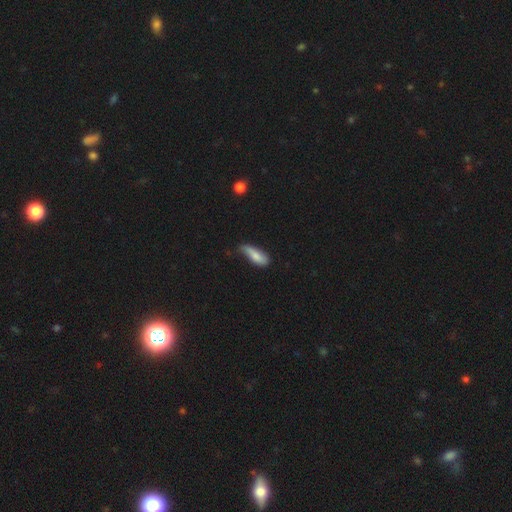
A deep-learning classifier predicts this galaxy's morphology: smooth-or-featured: smooth: 75% | featured or disk: 19% | star or artifact: 7%
  how-rounded: in between: 61% | cigar-shaped: 37% | round: 2%
  merging: minor disturbance: 43% | none: 40% | major disturbance: 13% | merger: 4%